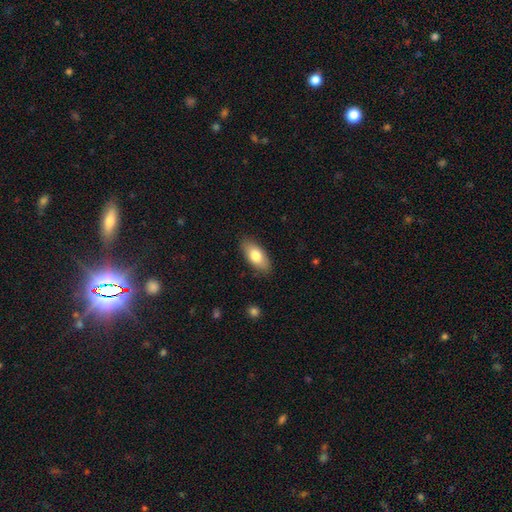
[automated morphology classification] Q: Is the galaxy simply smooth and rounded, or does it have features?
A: smooth — 77%.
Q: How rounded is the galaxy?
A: in between — 88%.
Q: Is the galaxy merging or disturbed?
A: none — 87%.